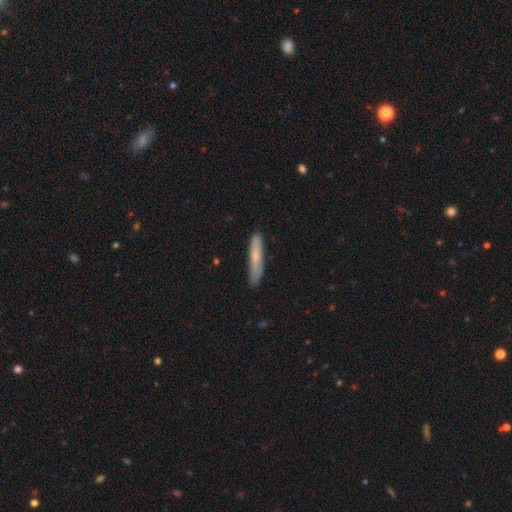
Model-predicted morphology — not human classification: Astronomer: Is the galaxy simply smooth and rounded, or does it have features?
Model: smooth — 64%.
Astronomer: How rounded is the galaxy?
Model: cigar-shaped — 92%.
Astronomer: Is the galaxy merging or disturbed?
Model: none — 79%.